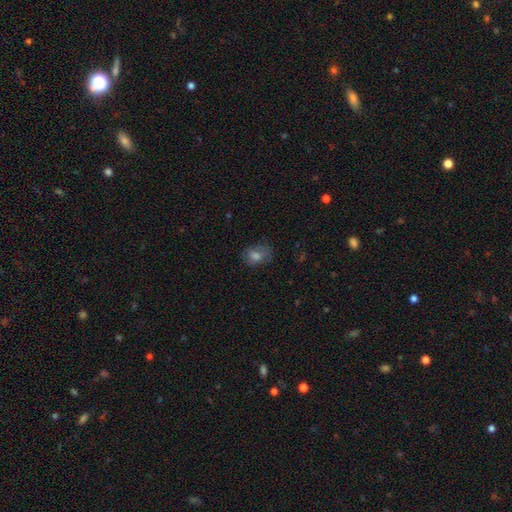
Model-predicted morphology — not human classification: Overall: smooth (64%). How rounded: in between (69%). Merging: none (64%).